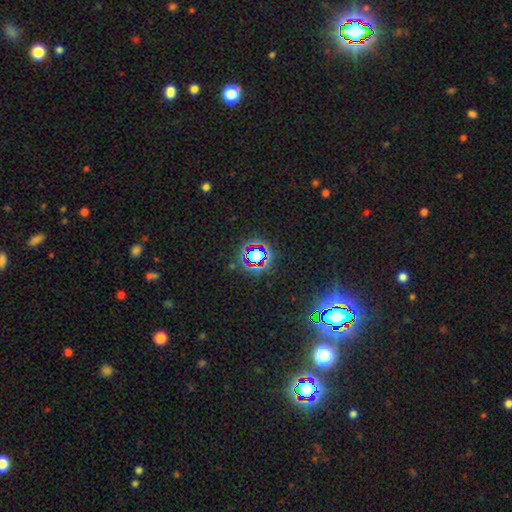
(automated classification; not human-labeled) star or artifact 70%, smooth 19%, featured or disk 11%.